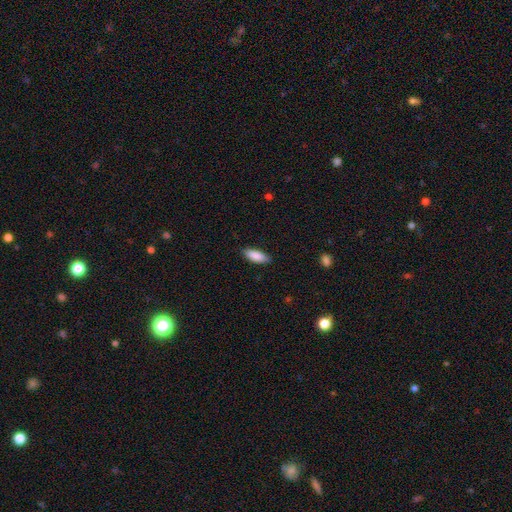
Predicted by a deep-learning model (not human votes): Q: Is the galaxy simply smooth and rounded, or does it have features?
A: smooth — 88%.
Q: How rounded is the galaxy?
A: in between — 76%.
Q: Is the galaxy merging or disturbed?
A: none — 85%.